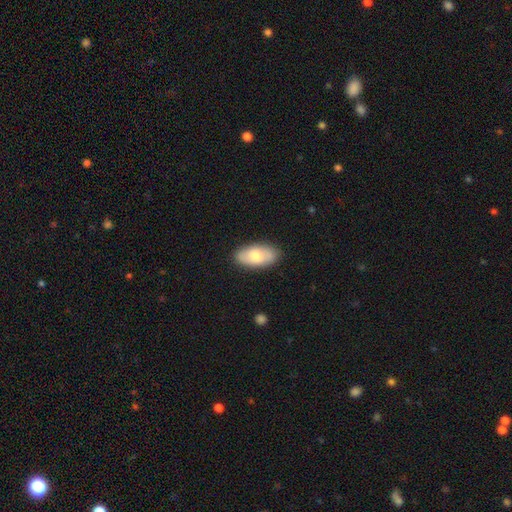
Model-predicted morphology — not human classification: Smooth or featured? smooth (69%)
How rounded? in between (93%)
Merging? none (85%)